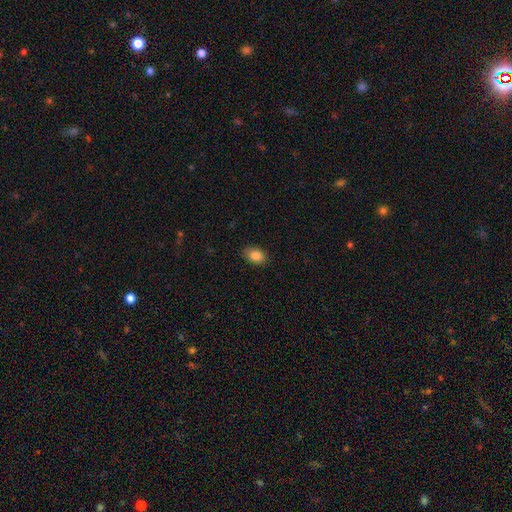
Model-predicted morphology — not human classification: Smooth or featured? smooth (85%)
How rounded? in between (85%)
Merging? none (88%)